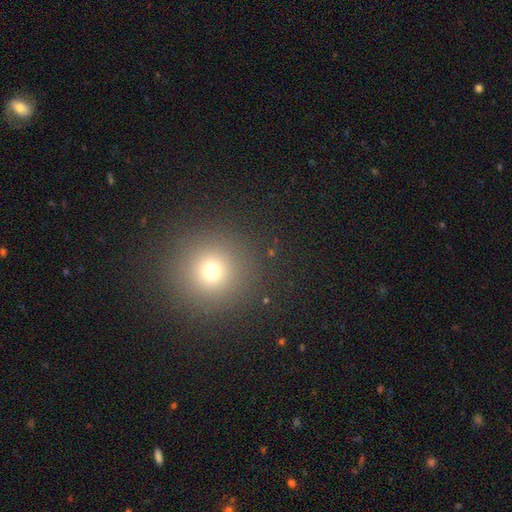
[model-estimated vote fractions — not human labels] smooth 67%, star or artifact 26%, featured or disk 7%. Down the decision tree: how rounded — round (95%); merging — none (93%).